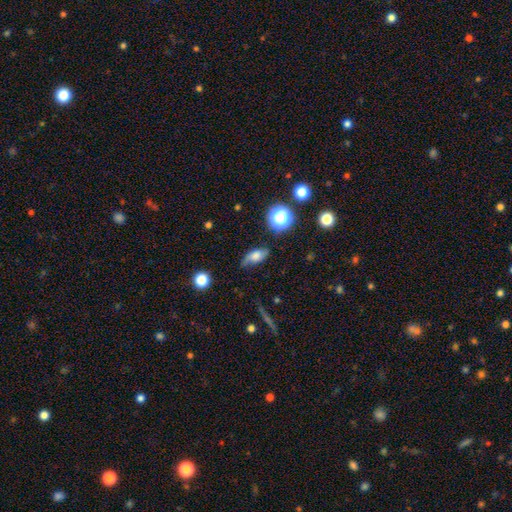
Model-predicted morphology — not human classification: Smooth or featured: smooth — 63% (featured or disk — 24%)
How rounded: in between — 76% (cigar-shaped — 13%)
Merging: none — 60% (minor disturbance — 29%)